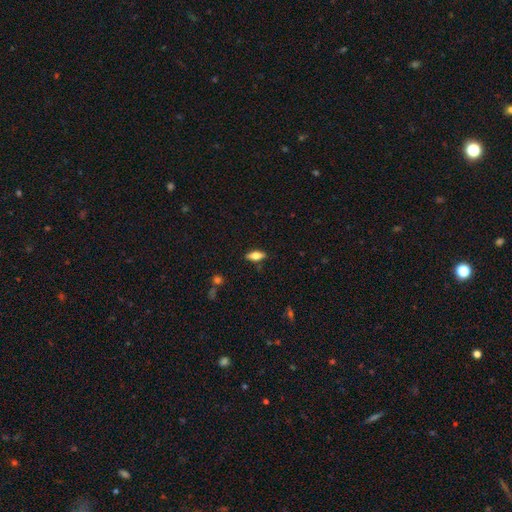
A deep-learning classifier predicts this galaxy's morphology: Overall: smooth (64%; featured or disk 28%). How rounded: in between (77%). Merging: none (86%).